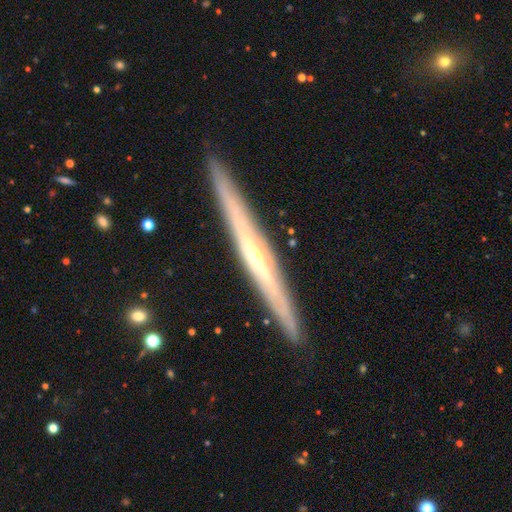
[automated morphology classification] A featured or disk galaxy (79%) viewed edge-on (96%) with a rounded central bulge (60%). Merging: none (91%).